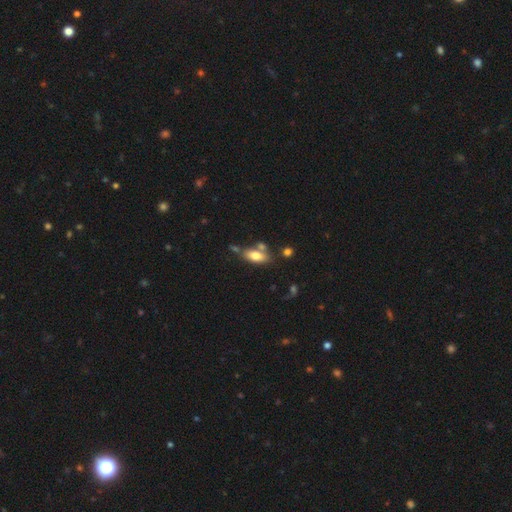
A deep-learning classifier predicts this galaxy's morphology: A smooth galaxy with no disk features (74%) that is in between round and cigar-shaped (83%). Merging: none (58%).